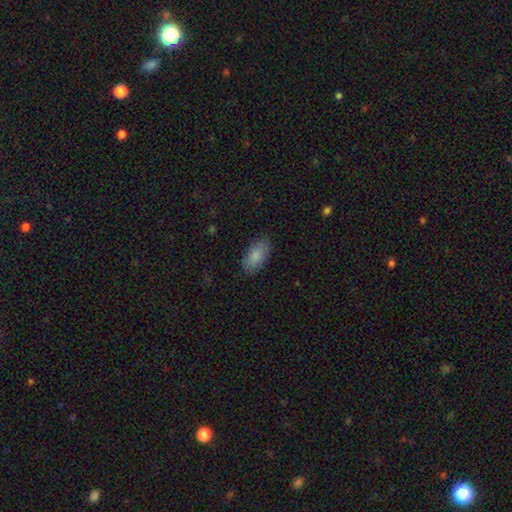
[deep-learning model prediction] smooth 87%, featured or disk 7%, star or artifact 6%. Down the decision tree: how rounded — in between (93%); merging — none (82%).